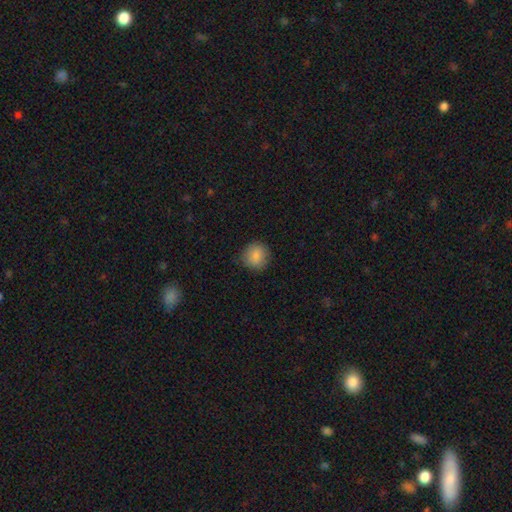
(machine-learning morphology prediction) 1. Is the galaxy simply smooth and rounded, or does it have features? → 86% smooth, 8% star or artifact, 5% featured or disk.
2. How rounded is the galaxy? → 89% round, 10% in between, 1% cigar-shaped.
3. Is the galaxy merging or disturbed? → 85% none, 11% minor disturbance, 3% major disturbance, 1% merger.